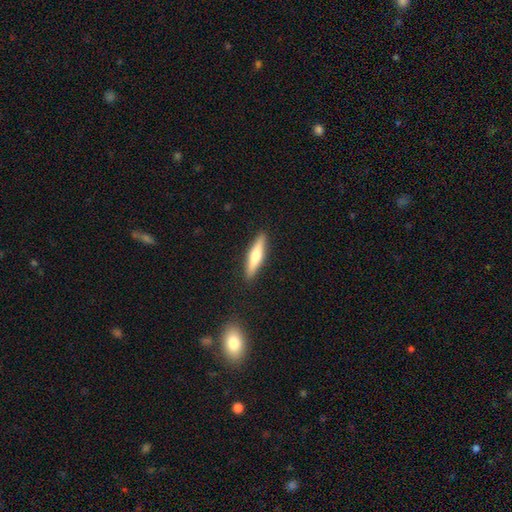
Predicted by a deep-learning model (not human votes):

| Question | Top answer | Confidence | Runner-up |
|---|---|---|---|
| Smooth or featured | smooth | 53% | featured or disk (41%) |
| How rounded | cigar-shaped | 83% | in between (15%) |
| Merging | none | 91% | minor disturbance (7%) |